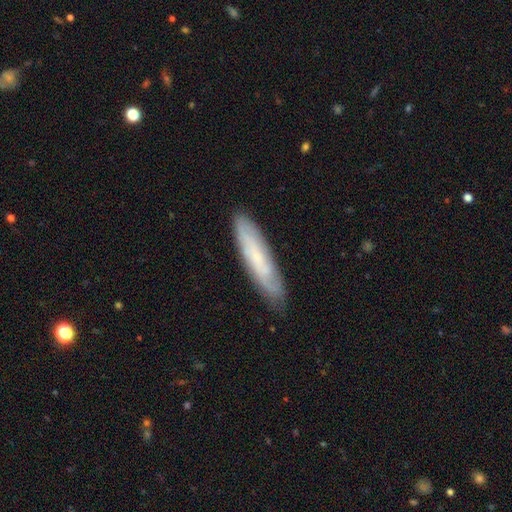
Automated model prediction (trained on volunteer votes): This is possibly a featured or disk galaxy (47%). Merging: clearly none (82%).